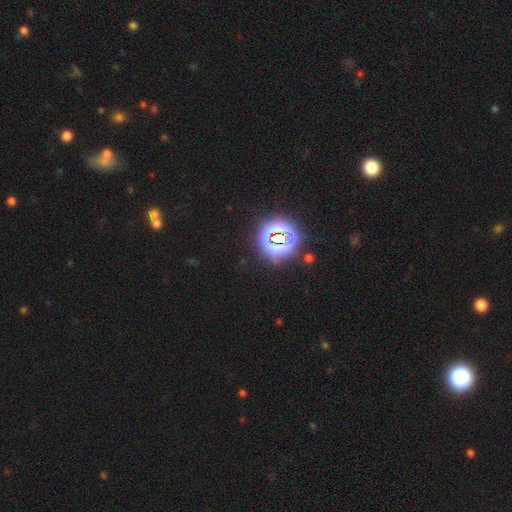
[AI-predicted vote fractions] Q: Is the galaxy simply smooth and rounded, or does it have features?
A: star or artifact — 79%.